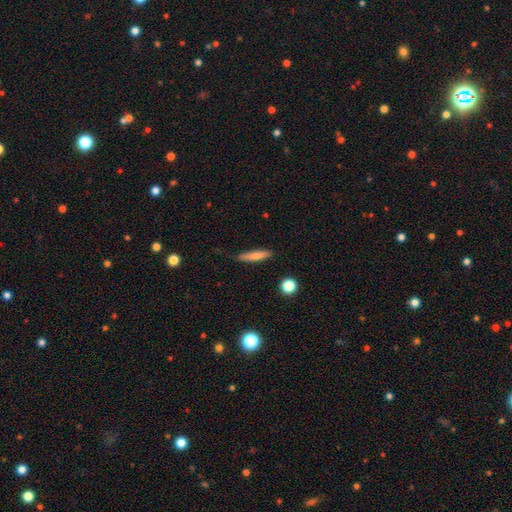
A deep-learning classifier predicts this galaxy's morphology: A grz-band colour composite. It shows a smooth galaxy with no disk features (77%) that is cigar-shaped (85%). Merging: none (81%).